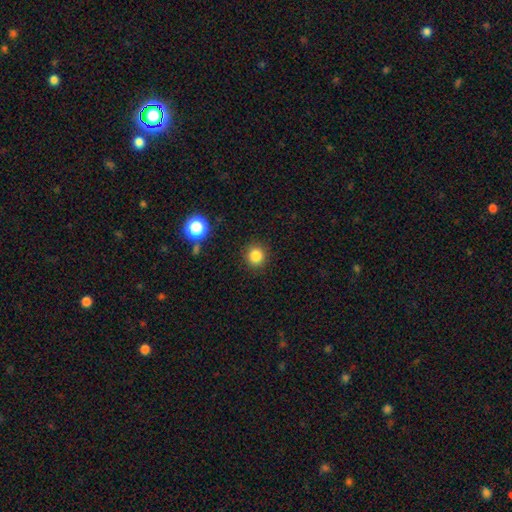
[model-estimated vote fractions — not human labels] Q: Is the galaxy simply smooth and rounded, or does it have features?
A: smooth — 84%.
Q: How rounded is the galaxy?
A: round — 91%.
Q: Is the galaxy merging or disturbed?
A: none — 90%.